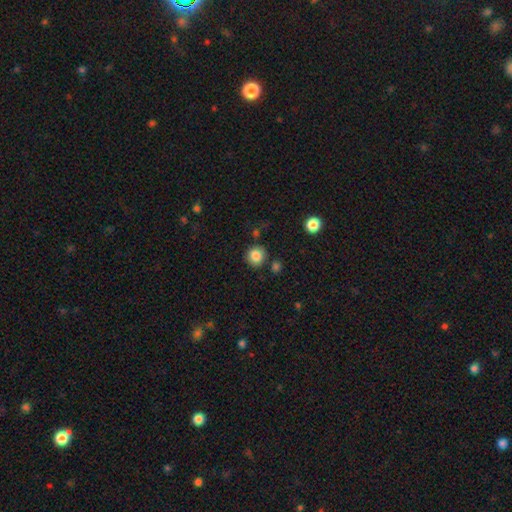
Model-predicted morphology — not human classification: Smooth or featured?
  - smooth: 86% *
  - star or artifact: 10%
  - featured or disk: 4%
How rounded?
  - round: 91% *
  - in between: 9%
  - cigar-shaped: 1%
Merging?
  - none: 83% *
  - minor disturbance: 9%
  - merger: 5%
  - major disturbance: 3%